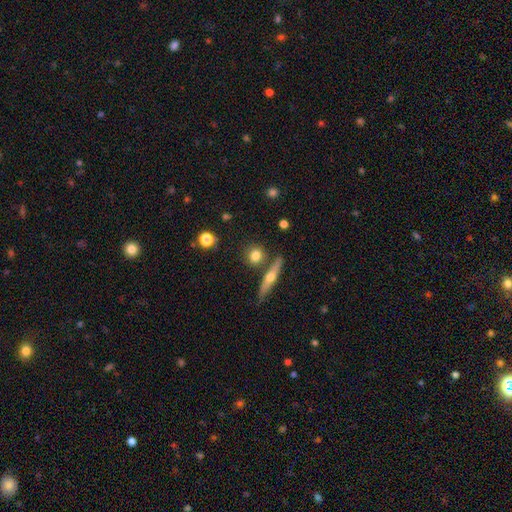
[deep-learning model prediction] This is likely a smooth galaxy (73%). How rounded: likely round (78%). Merging: likely none (76%).